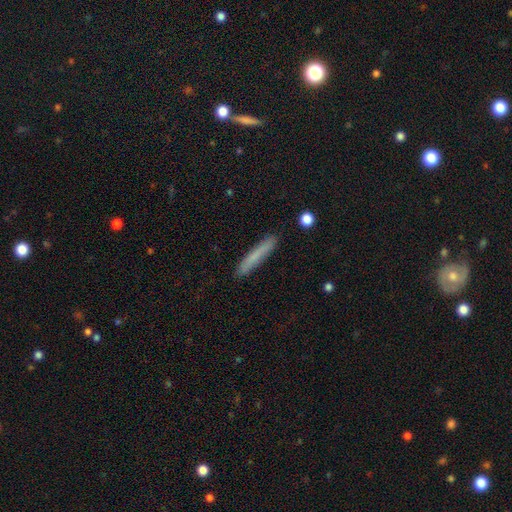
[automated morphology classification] Smooth or featured? smooth (74%)
How rounded? cigar-shaped (95%)
Merging? none (89%)